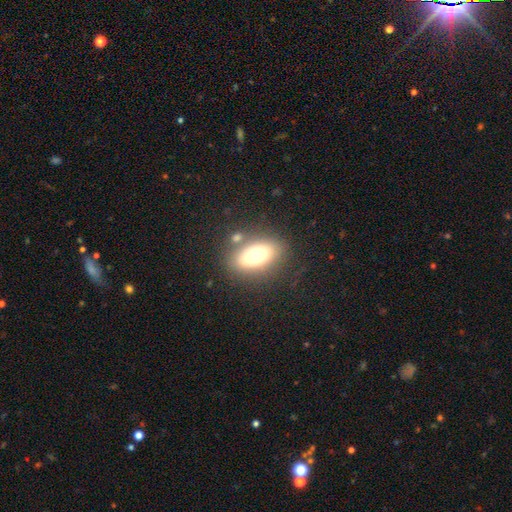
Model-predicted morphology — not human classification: Smooth or featured: smooth — 73% (featured or disk — 18%)
How rounded: in between — 85% (round — 9%)
Merging: none — 74% (minor disturbance — 13%)